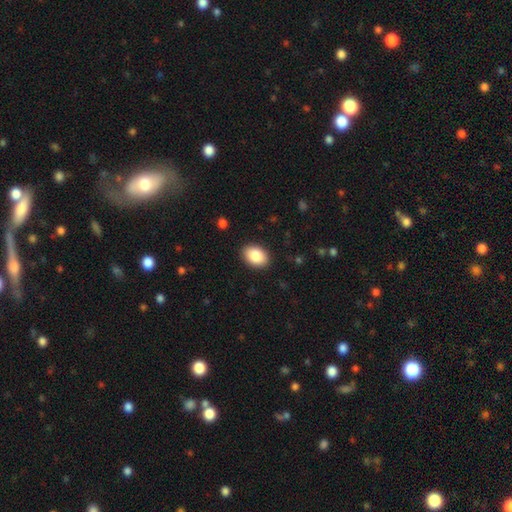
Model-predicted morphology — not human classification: smooth-or-featured: smooth: 87% | star or artifact: 7% | featured or disk: 6%
  how-rounded: in between: 82% | round: 17% | cigar-shaped: 1%
  merging: none: 90% | minor disturbance: 7% | major disturbance: 2% | merger: 1%